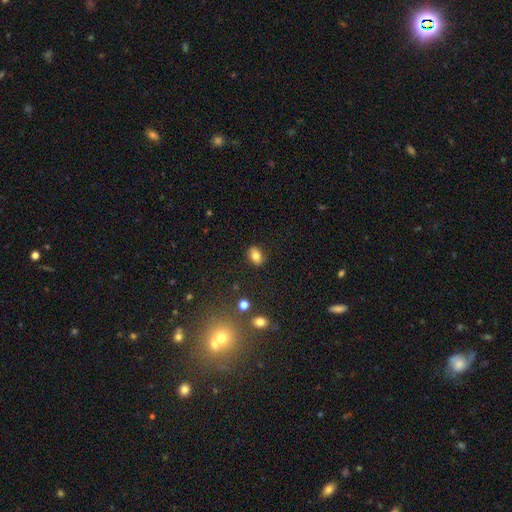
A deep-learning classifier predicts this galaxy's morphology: This appears to be a smooth galaxy with no disk features (79%) that is in between round and cigar-shaped (78%). Merging: none (87%).